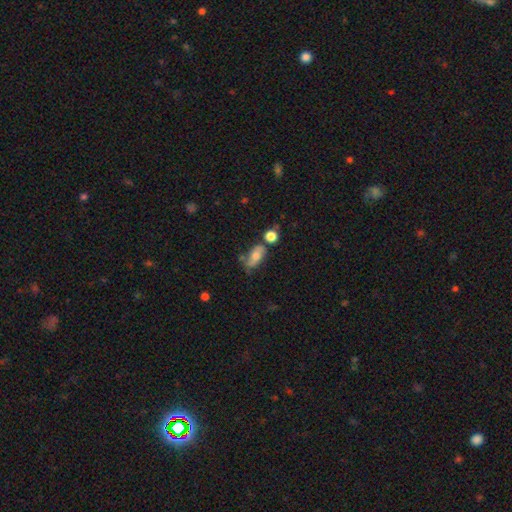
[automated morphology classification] smooth 57%, featured or disk 34%, star or artifact 10%. Down the decision tree: how rounded — in between (82%); merging — none (47%).